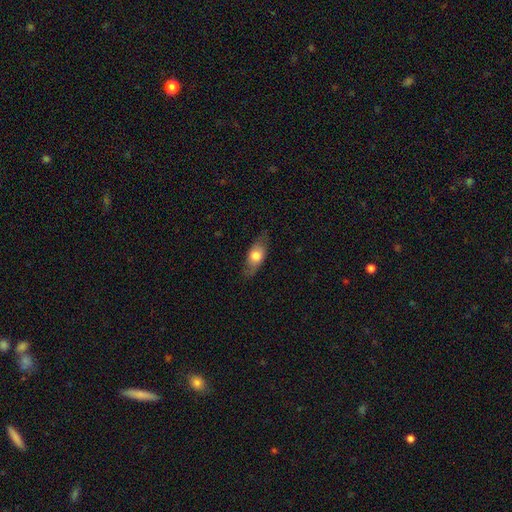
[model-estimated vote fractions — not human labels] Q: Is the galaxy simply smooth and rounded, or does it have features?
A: smooth — 63%.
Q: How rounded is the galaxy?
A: in between — 80%.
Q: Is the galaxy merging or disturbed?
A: none — 76%.